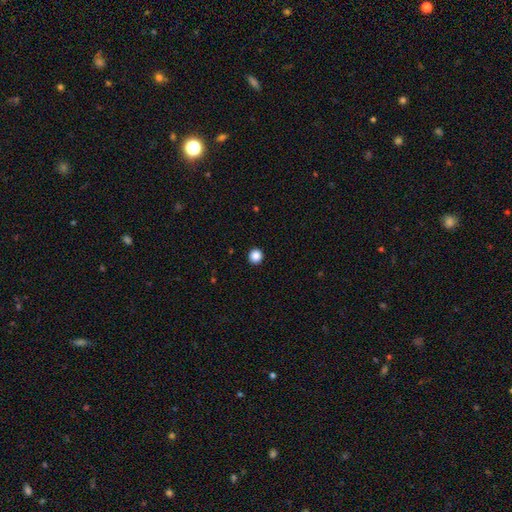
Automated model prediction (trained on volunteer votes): Q: Smooth or featured?
A: smooth (87%); runner-up: star or artifact (10%)
Q: How rounded?
A: round (95%); runner-up: in between (4%)
Q: Merging?
A: none (94%); runner-up: minor disturbance (4%)